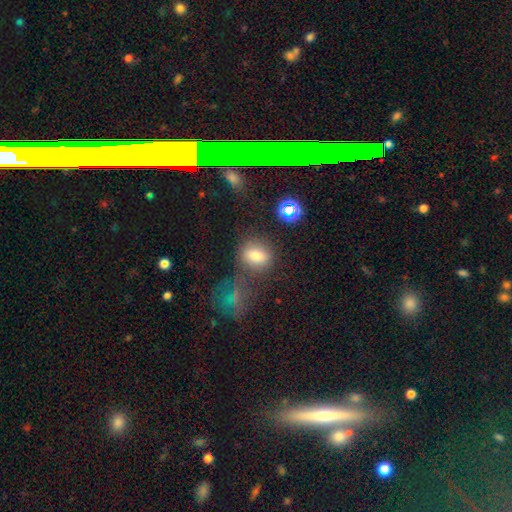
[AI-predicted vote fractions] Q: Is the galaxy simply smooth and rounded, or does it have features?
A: smooth — 73%.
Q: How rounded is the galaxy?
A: in between — 51%.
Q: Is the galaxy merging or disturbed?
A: none — 66%.